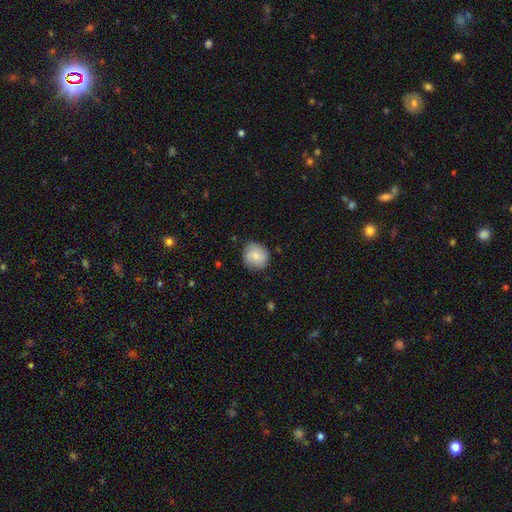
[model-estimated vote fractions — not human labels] smooth 74%, featured or disk 19%, star or artifact 7%. Down the decision tree: how rounded — round (88%); merging — none (81%).